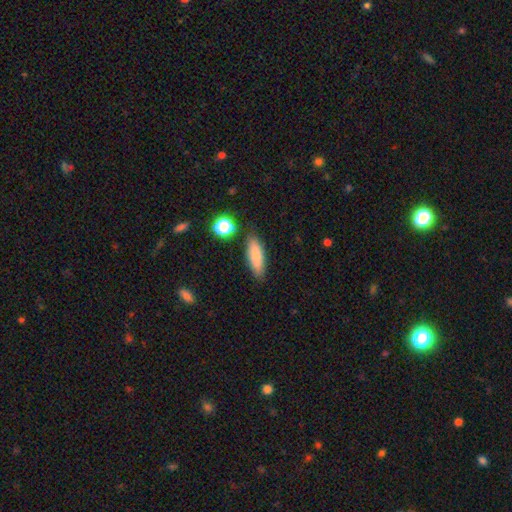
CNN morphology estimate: This appears to be a smooth galaxy with no disk features (81%) that is in between round and cigar-shaped (53%). Merging: none (83%).